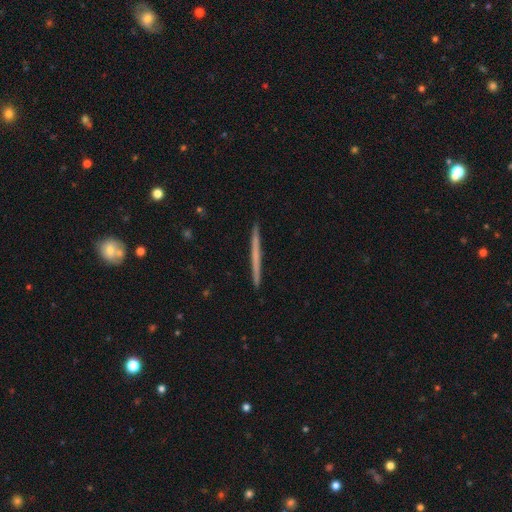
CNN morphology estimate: The model was most divided on "smooth or featured": featured or disk: 49%, smooth: 46%, star or artifact: 5%. More confident: merging — none (93%).